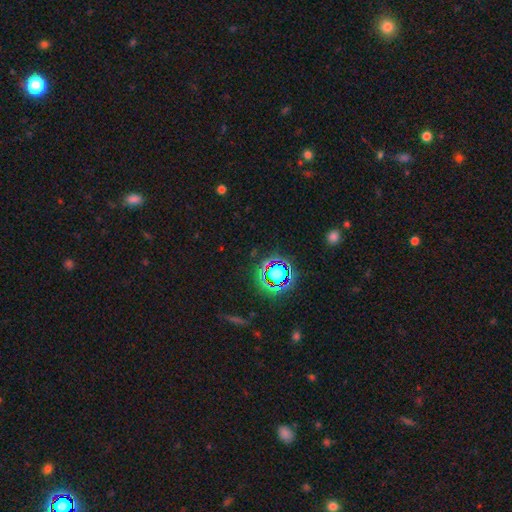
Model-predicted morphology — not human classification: type=star or artifact (77%).